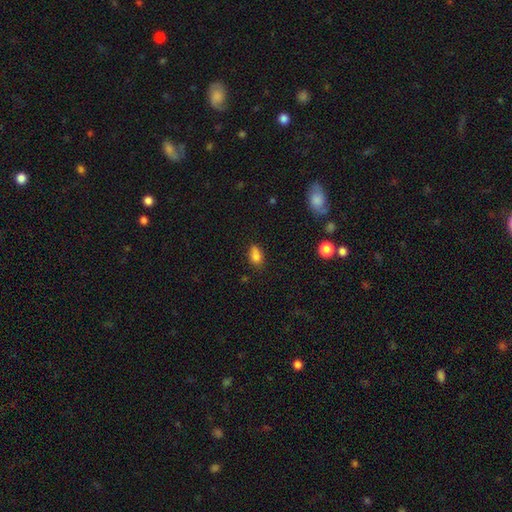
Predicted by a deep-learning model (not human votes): smooth_or_featured: smooth (p=0.81) [alt: star or artifact p=0.11]
how_rounded: in between (p=0.82) [alt: round p=0.15]
merging: none (p=0.62) [alt: minor disturbance p=0.25]